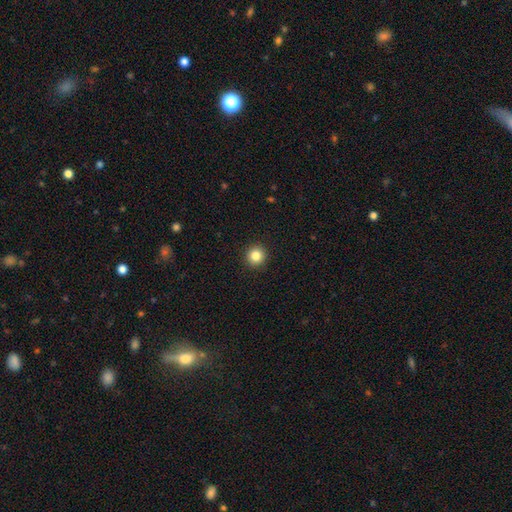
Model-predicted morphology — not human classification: Smooth or featured? Predicted: smooth (p=0.84). How rounded? Predicted: round (p=0.94). Merging? Predicted: none (p=0.93).